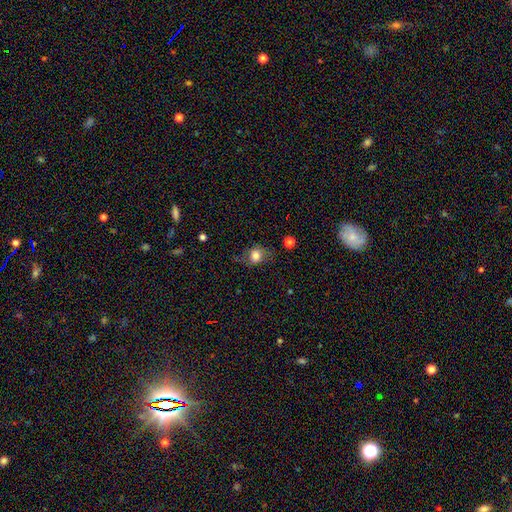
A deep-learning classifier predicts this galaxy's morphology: A smooth galaxy with no disk features (68%) that is round (51%). Merging: none (62%).